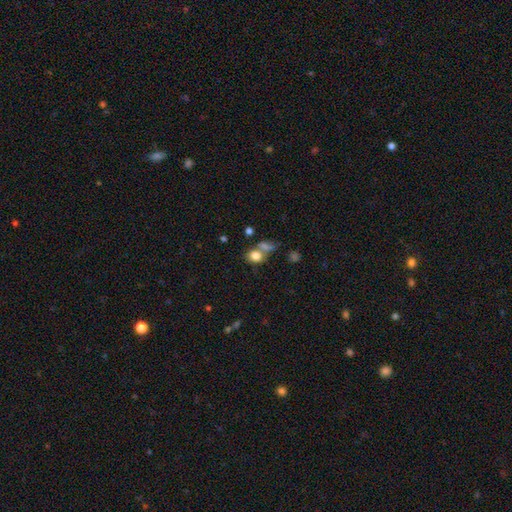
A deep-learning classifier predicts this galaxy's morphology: smooth 80%, star or artifact 11%, featured or disk 9%. Down the decision tree: how rounded — round (50%); merging — none (46%).